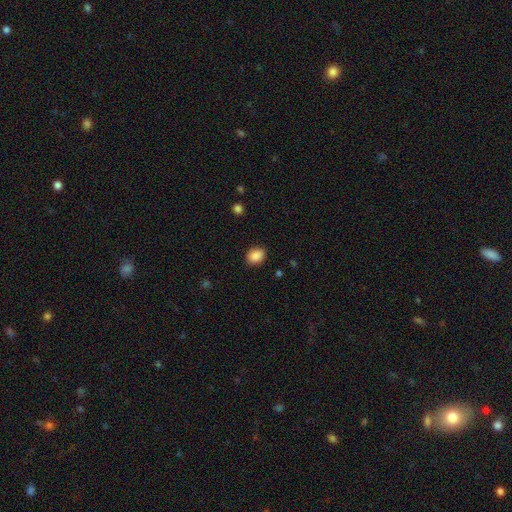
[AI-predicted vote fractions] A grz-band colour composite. It shows a smooth galaxy with no disk features (89%) that is in between round and cigar-shaped (57%). Merging: none (88%).